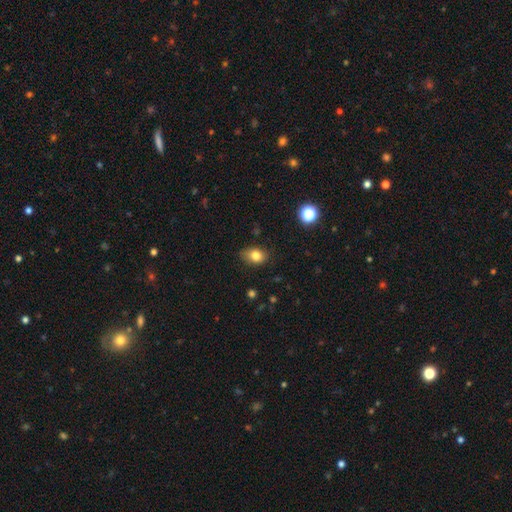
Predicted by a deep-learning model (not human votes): A smooth galaxy with no disk features (82%) that is in between round and cigar-shaped (71%).

Vote fractions:
- Smooth or featured? smooth: 82% / star or artifact: 10% / featured or disk: 8%
- How rounded? in between: 71% / round: 27% / cigar-shaped: 1%
- Merging? none: 79% / minor disturbance: 17% / major disturbance: 3% / merger: 1%